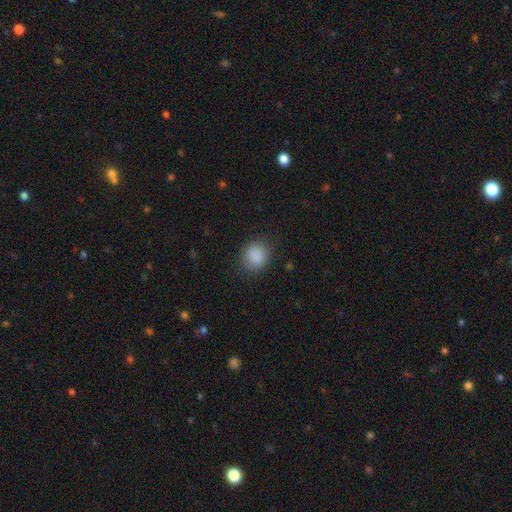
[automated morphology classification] This appears to be a smooth galaxy with no disk features (87%) that is round (72%). Merging: none (83%).